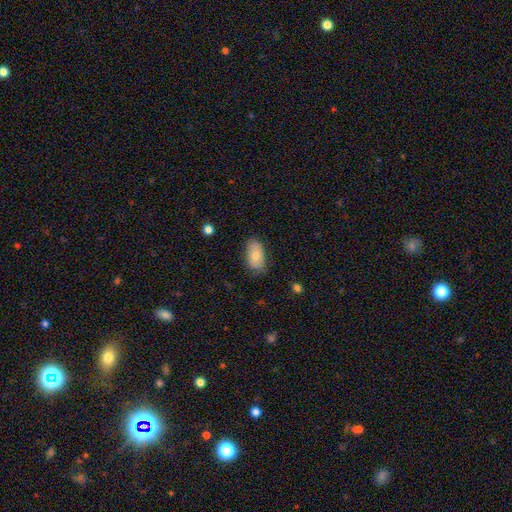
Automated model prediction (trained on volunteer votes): Q: Smooth or featured?
A: smooth (76%); runner-up: featured or disk (17%)
Q: How rounded?
A: in between (93%); runner-up: round (5%)
Q: Merging?
A: none (77%); runner-up: minor disturbance (18%)